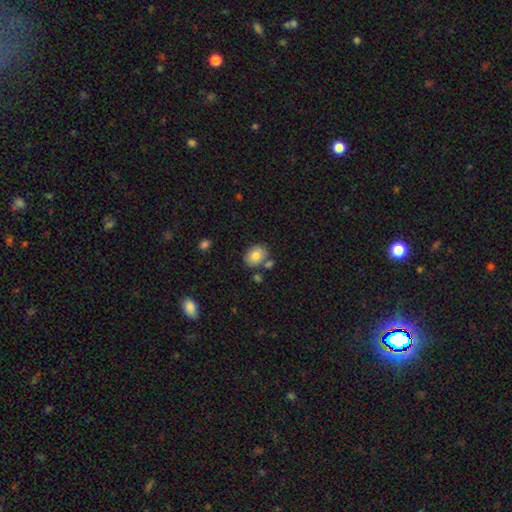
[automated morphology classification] Smooth or featured? smooth (80%)
How rounded? in between (66%)
Merging? none (70%)